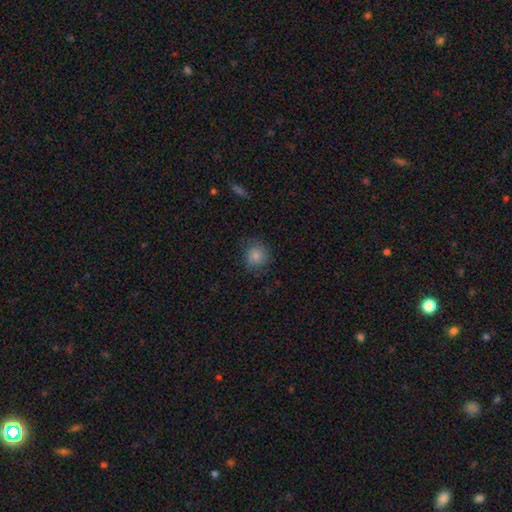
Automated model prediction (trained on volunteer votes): Smooth or featured? Predicted: smooth (p=0.84). How rounded? Predicted: round (p=0.87). Merging? Predicted: none (p=0.80).